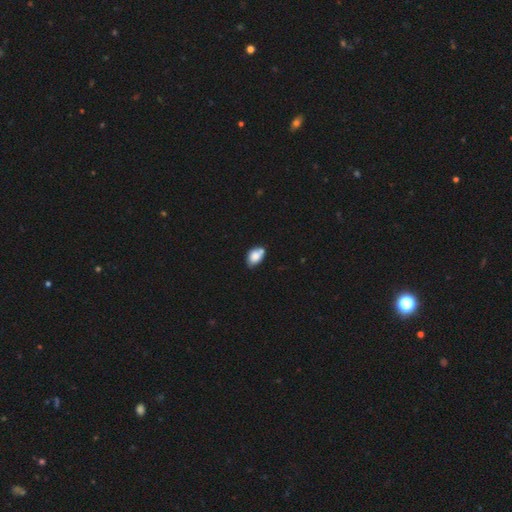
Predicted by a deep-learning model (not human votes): Smooth or featured? smooth (82%)
How rounded? in between (87%)
Merging? none (51%)